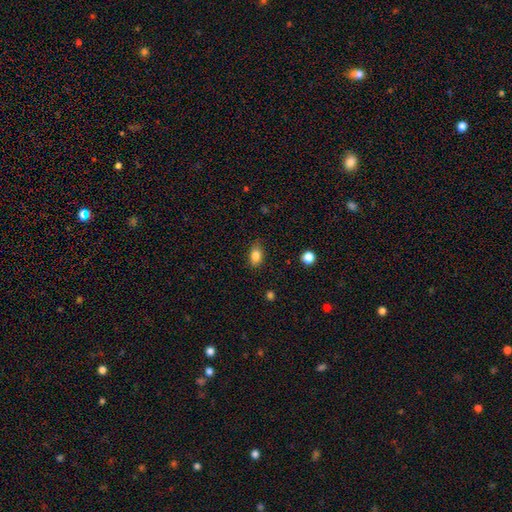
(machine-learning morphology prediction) type=smooth (84%); roundness=in between (84%); merging=none (83%).